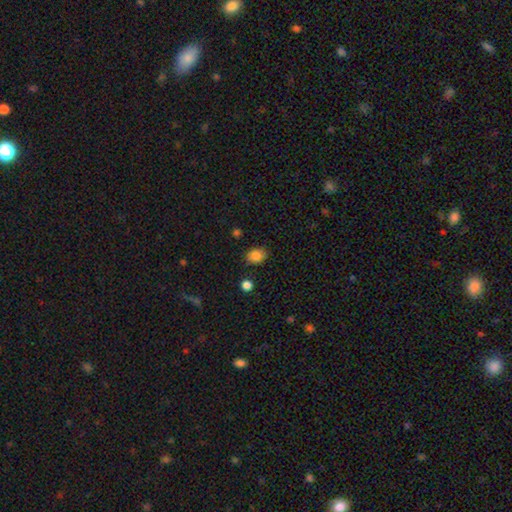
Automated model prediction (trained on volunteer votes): Smooth or featured?
  - smooth: 85% *
  - star or artifact: 10%
  - featured or disk: 5%
How rounded?
  - in between: 63% *
  - round: 35%
  - cigar-shaped: 1%
Merging?
  - none: 79% *
  - minor disturbance: 16%
  - major disturbance: 3%
  - merger: 2%